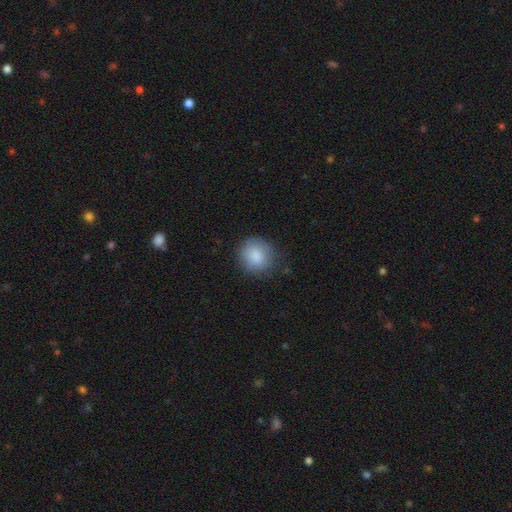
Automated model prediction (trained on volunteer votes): This appears to be a smooth galaxy with no disk features (87%) that is round (88%). Merging: none (80%).